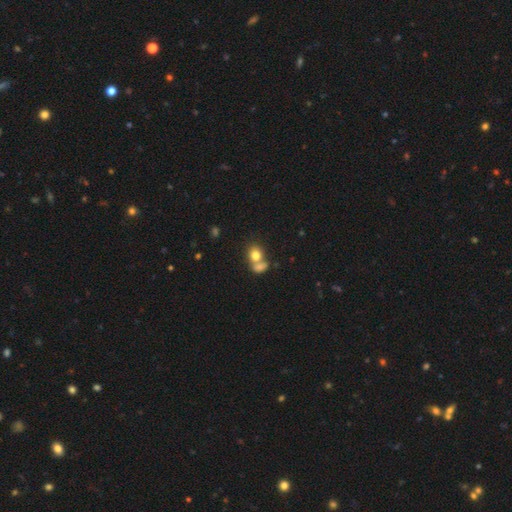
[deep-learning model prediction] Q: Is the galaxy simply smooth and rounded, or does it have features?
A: smooth — 78%.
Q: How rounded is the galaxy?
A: round — 58%.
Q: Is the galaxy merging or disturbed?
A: merger — 53%.